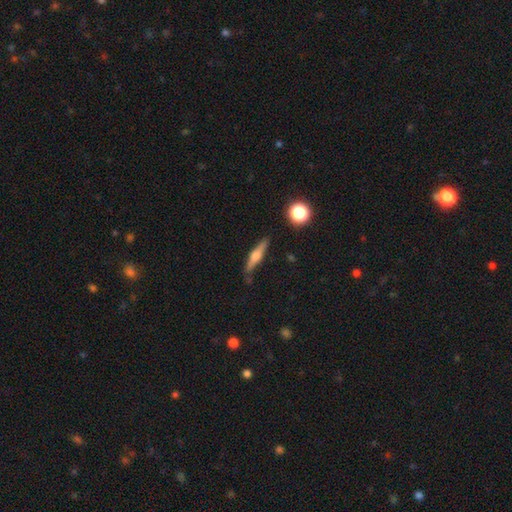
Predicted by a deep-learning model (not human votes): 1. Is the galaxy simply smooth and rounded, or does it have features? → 53% featured or disk, 40% smooth, 7% star or artifact.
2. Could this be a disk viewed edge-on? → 95% yes, 5% no.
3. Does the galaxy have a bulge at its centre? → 86% rounded, 9% boxy, 5% none.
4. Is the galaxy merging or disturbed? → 85% none, 11% minor disturbance, 2% merger, 2% major disturbance.